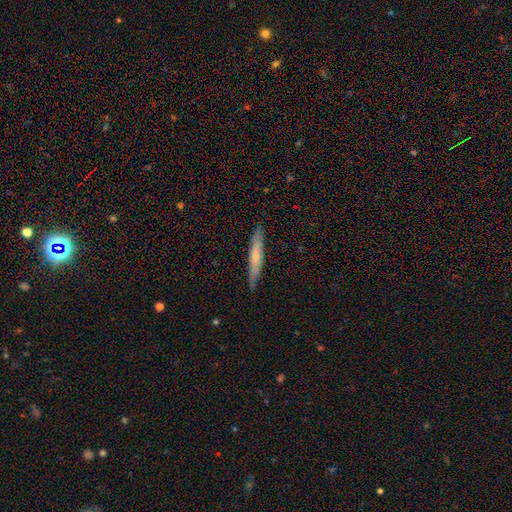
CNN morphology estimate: smooth 52%, featured or disk 42%, star or artifact 6%. Down the decision tree: how rounded — cigar-shaped (94%); merging — none (86%).